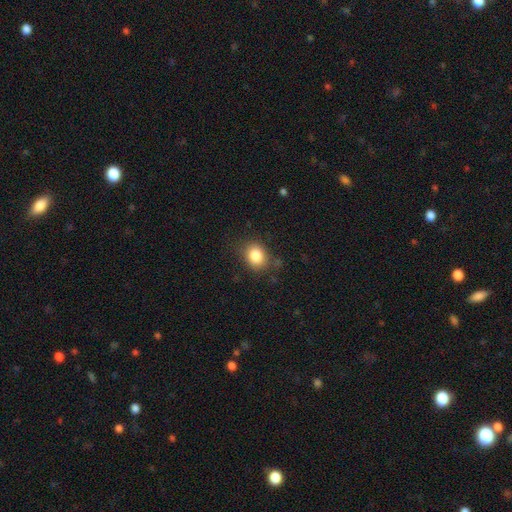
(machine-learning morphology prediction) Smooth or featured? Predicted: smooth (p=0.83). How rounded? Predicted: round (p=0.56). Merging? Predicted: none (p=0.79).